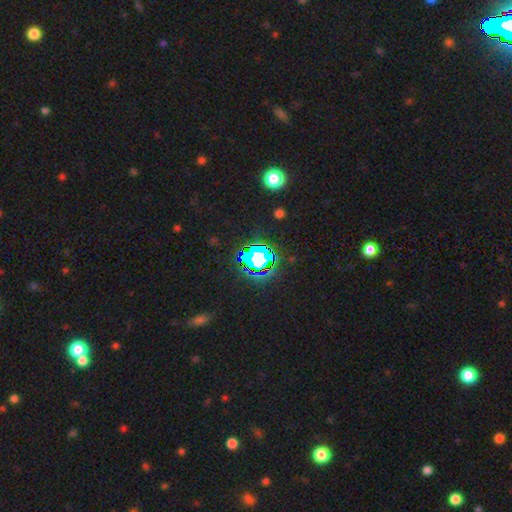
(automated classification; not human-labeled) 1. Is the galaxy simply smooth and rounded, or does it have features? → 69% star or artifact, 19% smooth, 11% featured or disk.